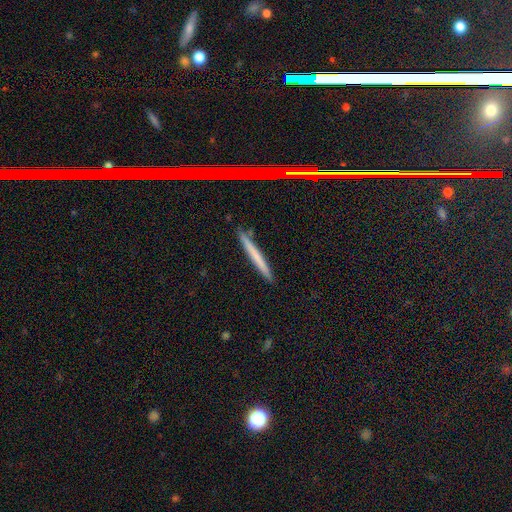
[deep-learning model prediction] Smooth or featured? Predicted: smooth (p=0.58). How rounded? Predicted: cigar-shaped (p=0.97). Merging? Predicted: none (p=0.89).